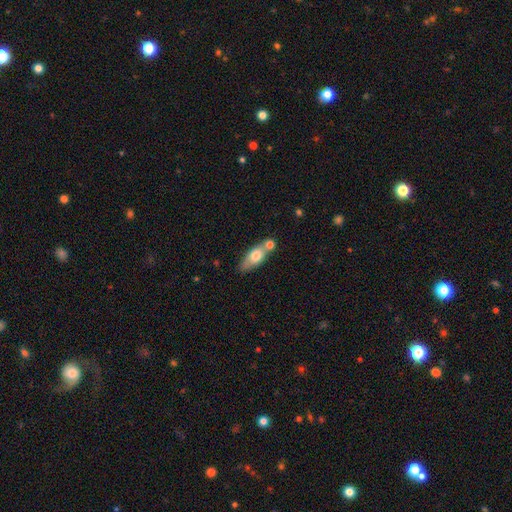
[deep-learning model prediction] Morphology: type=smooth (63%); roundness=in between (68%); merging=none (55%).